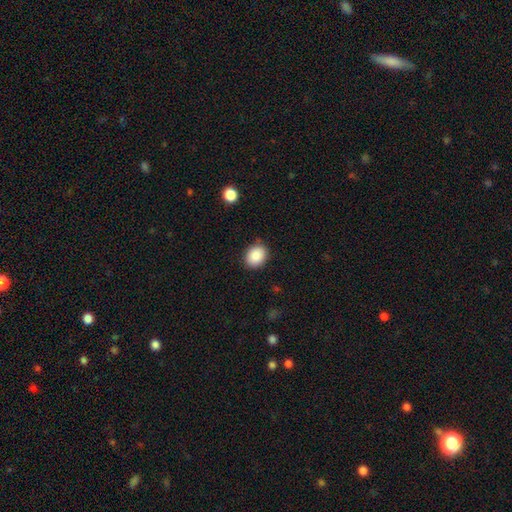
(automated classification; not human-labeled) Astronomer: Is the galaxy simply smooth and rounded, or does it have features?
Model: smooth — 88%.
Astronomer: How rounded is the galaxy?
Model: in between — 50% (runner-up: round, 49%).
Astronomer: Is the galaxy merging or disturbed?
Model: none — 85%.